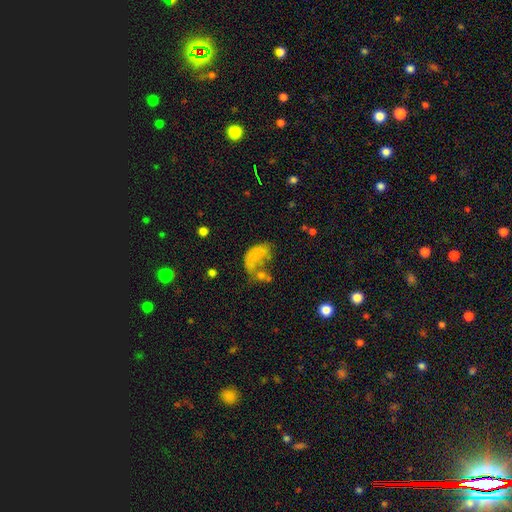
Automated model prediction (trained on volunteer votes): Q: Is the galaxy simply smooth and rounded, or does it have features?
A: smooth — 58%.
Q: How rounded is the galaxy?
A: in between — 87%.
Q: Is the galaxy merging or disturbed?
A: major disturbance — 35%.